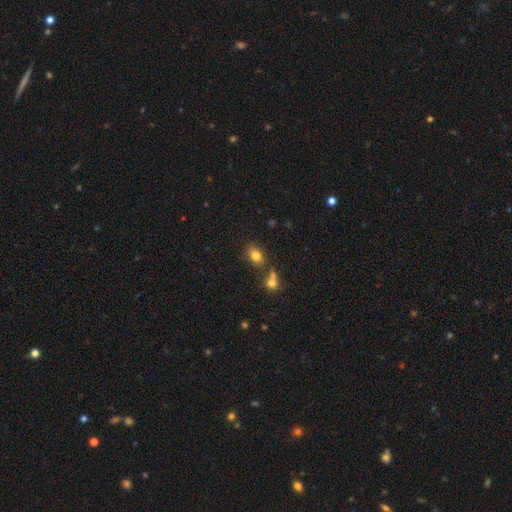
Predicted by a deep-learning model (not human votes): The model was most divided on "how rounded": in between: 60%, round: 38%, cigar-shaped: 1%. More confident: smooth or featured — smooth (79%); merging — none (66%).